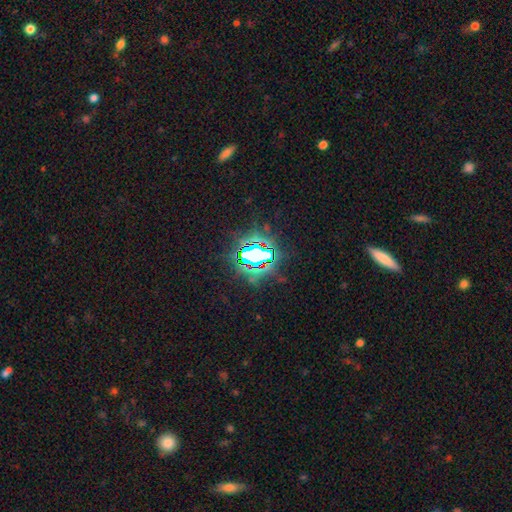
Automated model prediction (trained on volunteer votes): star or artifact 75%, smooth 13%, featured or disk 12%.